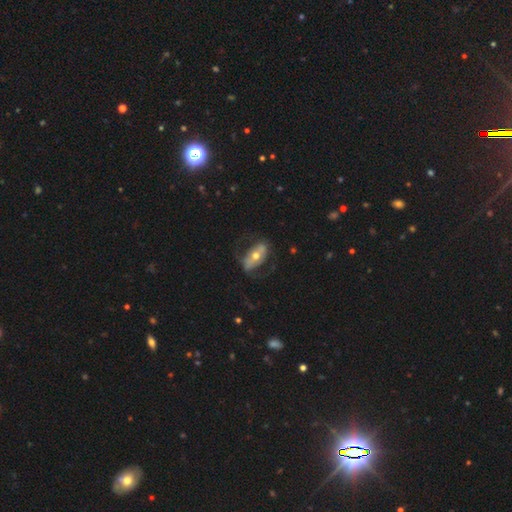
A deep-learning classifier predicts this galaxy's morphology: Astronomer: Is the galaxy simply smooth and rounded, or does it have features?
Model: featured or disk — 59% (runner-up: smooth, 35%).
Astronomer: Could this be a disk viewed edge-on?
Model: no — 83%.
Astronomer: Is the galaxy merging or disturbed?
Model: none — 66%.